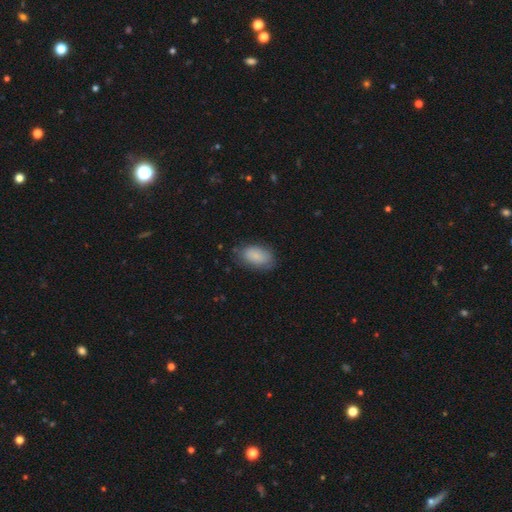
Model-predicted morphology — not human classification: Q: Smooth or featured?
A: smooth (83%); runner-up: featured or disk (10%)
Q: How rounded?
A: in between (92%); runner-up: round (6%)
Q: Merging?
A: none (74%); runner-up: minor disturbance (20%)